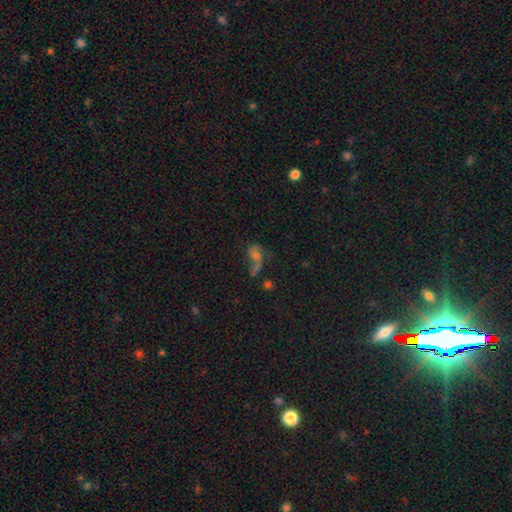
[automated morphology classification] type=featured or disk (37%); merging=none (30%).